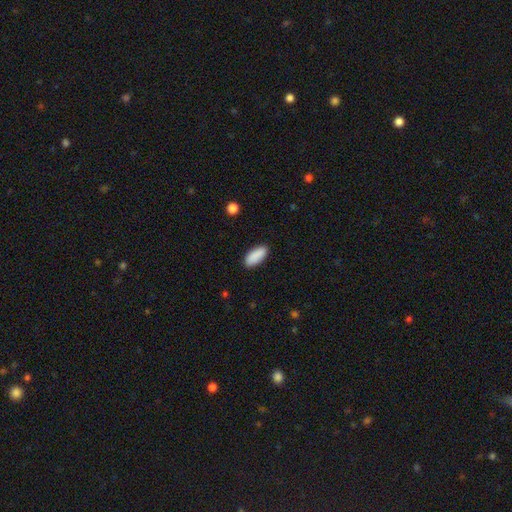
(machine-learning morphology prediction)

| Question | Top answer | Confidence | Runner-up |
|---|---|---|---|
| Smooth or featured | smooth | 90% | star or artifact (6%) |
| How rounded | in between | 84% | cigar-shaped (15%) |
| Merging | none | 89% | minor disturbance (8%) |